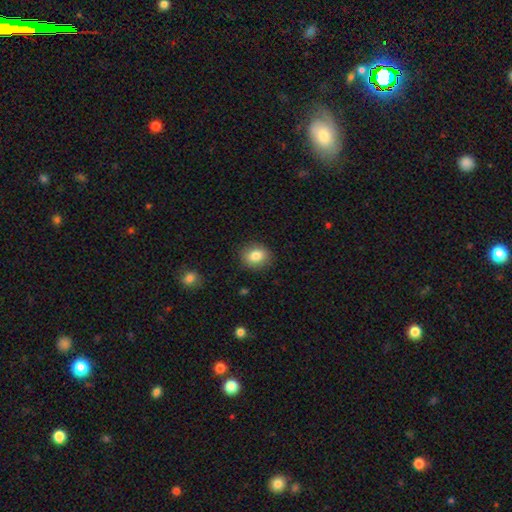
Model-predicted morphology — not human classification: Smooth or featured: smooth — 83% (star or artifact — 9%)
How rounded: in between — 50% (round — 49%)
Merging: none — 86% (minor disturbance — 10%)